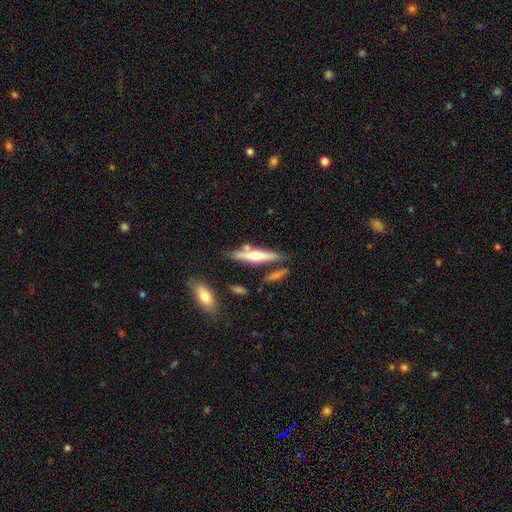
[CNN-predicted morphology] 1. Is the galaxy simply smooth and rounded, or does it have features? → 50% featured or disk, 44% smooth, 6% star or artifact.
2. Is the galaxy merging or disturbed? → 69% none, 15% minor disturbance, 12% merger, 4% major disturbance.